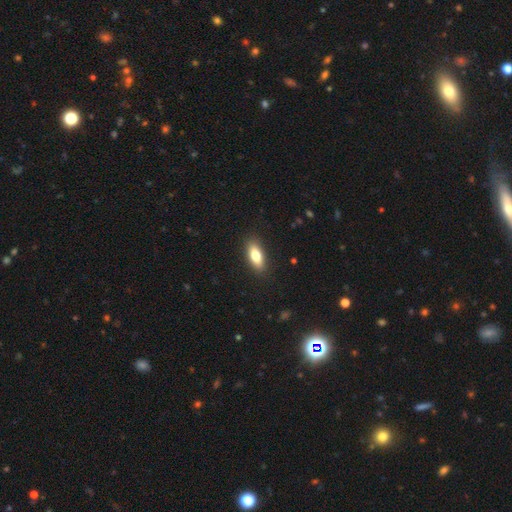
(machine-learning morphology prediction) type=smooth (78%); roundness=in between (76%); merging=none (88%).